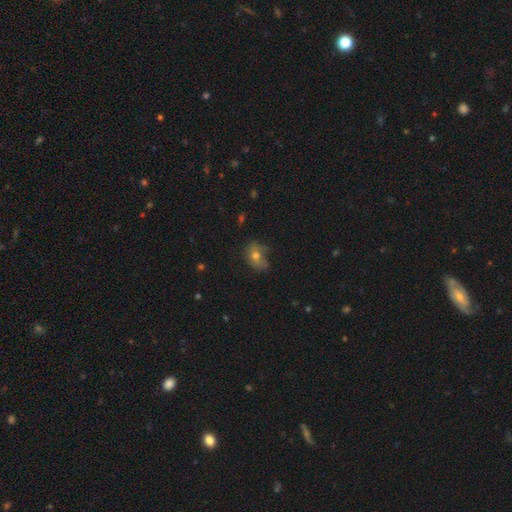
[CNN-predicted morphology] The model was most divided on "merging": none: 48%, minor disturbance: 33%, major disturbance: 16%, merger: 3%. More confident: how rounded — in between (69%); smooth or featured — smooth (62%).